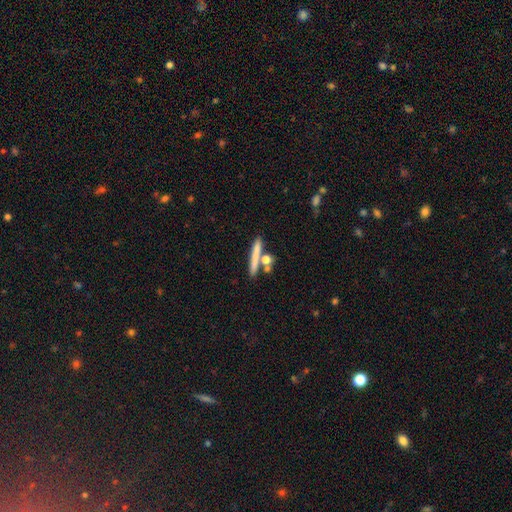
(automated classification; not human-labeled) Smooth or featured?
  - smooth: 70% *
  - featured or disk: 22%
  - star or artifact: 8%
How rounded?
  - cigar-shaped: 76% *
  - round: 13%
  - in between: 11%
Merging?
  - none: 70% *
  - merger: 17%
  - minor disturbance: 9%
  - major disturbance: 4%